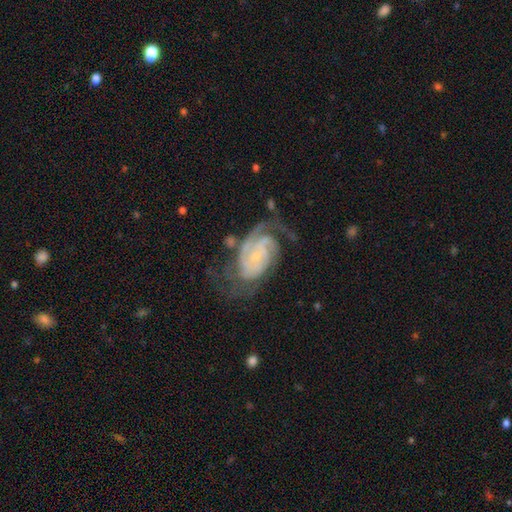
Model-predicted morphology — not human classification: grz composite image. It shows a featured or disk galaxy (89%) with no bar (65%), 2 (48%) tight (61%) spiral arms (98%) and a small central bulge (77%). Merging: none (56%).